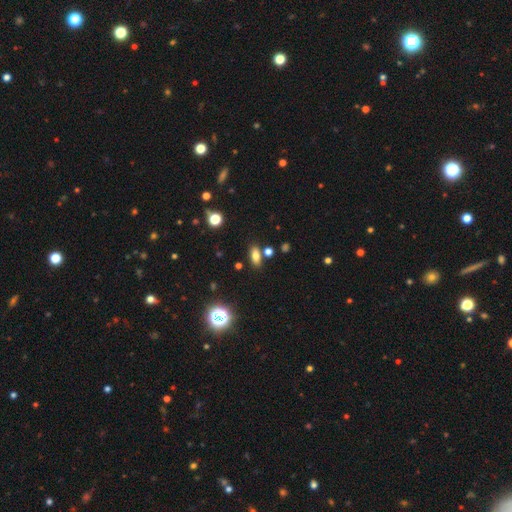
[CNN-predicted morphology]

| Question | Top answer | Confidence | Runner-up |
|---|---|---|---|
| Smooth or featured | smooth | 74% | star or artifact (14%) |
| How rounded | in between | 82% | cigar-shaped (10%) |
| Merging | none | 77% | minor disturbance (10%) |